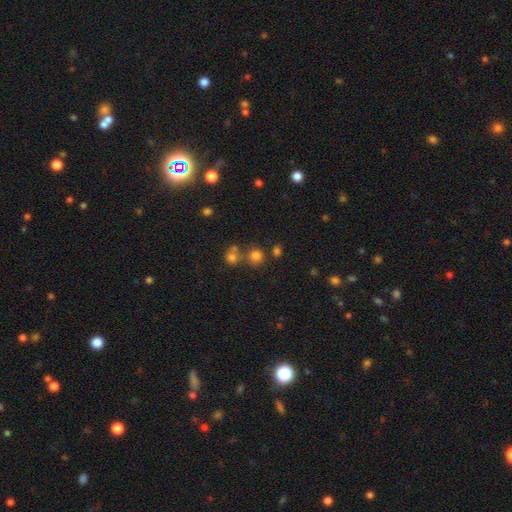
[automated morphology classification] Overall: smooth (75%). How rounded: round (89%). Merging: none (67%).